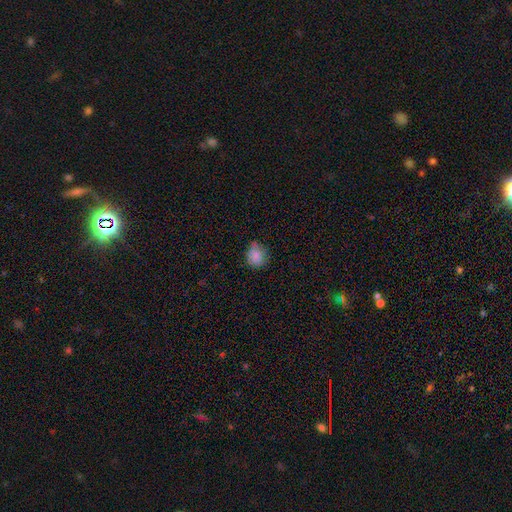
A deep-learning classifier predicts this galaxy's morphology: type=smooth (81%); roundness=round (70%); merging=none (59%).